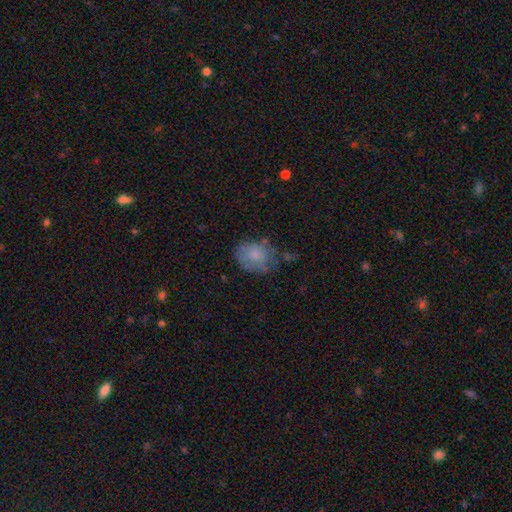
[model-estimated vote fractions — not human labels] This is likely a smooth galaxy (67%). How rounded: possibly round (50%). Merging: possibly none (52%).